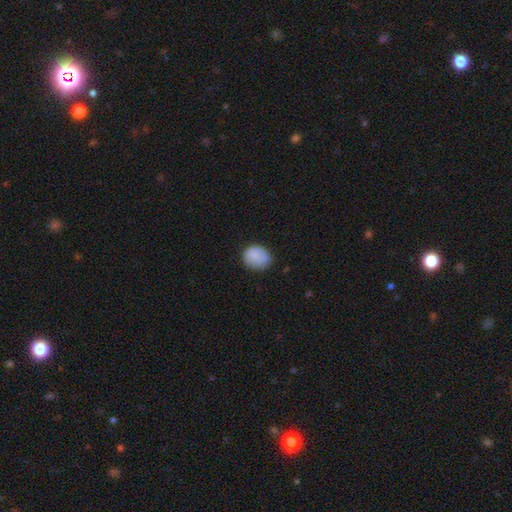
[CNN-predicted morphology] Smooth or featured? smooth (82%)
How rounded? round (71%)
Merging? none (71%)